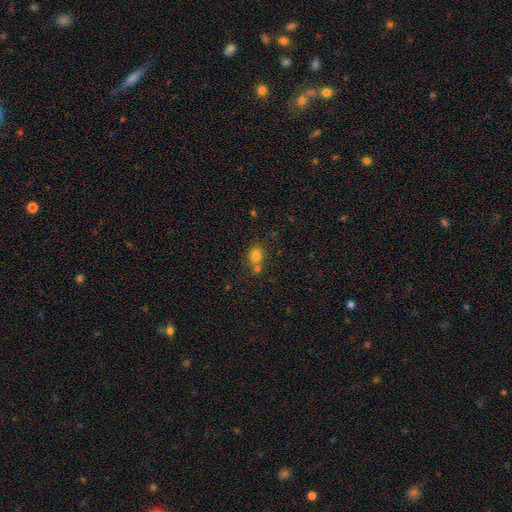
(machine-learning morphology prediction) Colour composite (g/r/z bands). It shows a smooth galaxy with no disk features (78%) that is round (54%). Merging: none (57%).